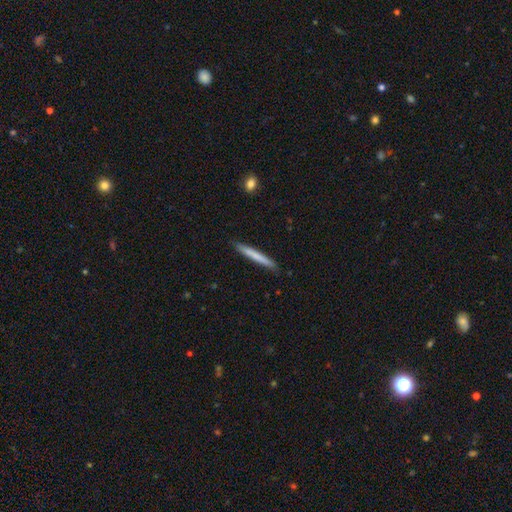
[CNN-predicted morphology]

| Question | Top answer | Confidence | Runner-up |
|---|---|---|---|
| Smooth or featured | smooth | 71% | featured or disk (23%) |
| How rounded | cigar-shaped | 97% | in between (2%) |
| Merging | none | 90% | minor disturbance (7%) |